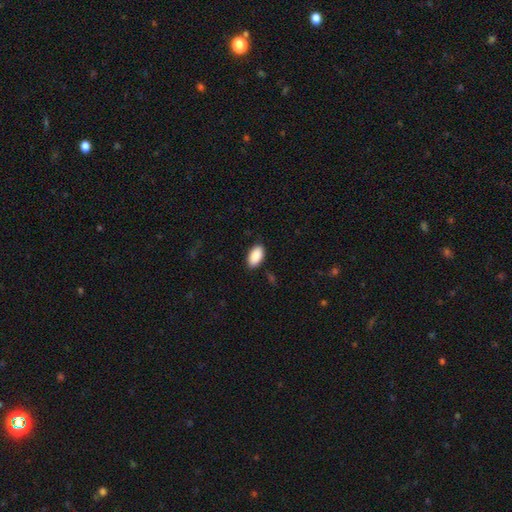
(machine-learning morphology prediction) Q: Smooth or featured?
A: smooth (91%); runner-up: star or artifact (6%)
Q: How rounded?
A: in between (95%); runner-up: round (3%)
Q: Merging?
A: none (86%); runner-up: minor disturbance (10%)